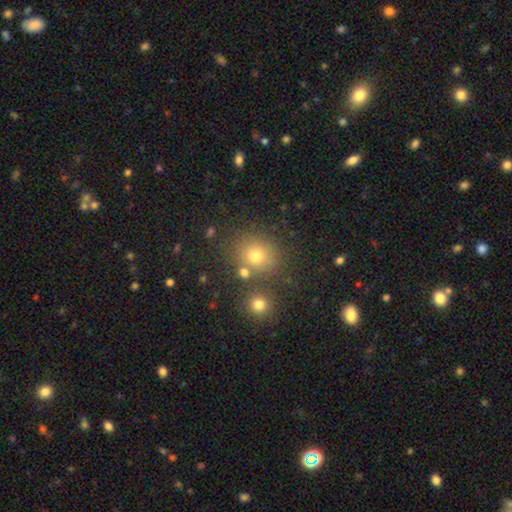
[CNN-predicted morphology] smooth 73%, star or artifact 18%, featured or disk 9%. Down the decision tree: how rounded — round (75%); merging — none (75%).